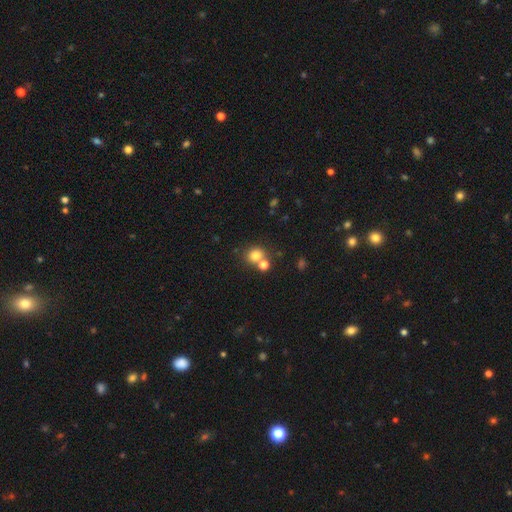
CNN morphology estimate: The model was most divided on "merging": none: 55%, merger: 34%, minor disturbance: 8%, major disturbance: 4%. More confident: smooth or featured — smooth (78%); how rounded — round (73%).